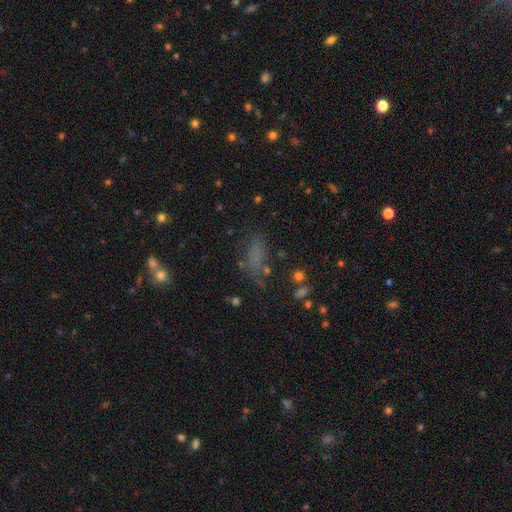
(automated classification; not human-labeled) Smooth or featured?
  - smooth: 63% *
  - star or artifact: 24%
  - featured or disk: 13%
How rounded?
  - in between: 69% *
  - cigar-shaped: 24%
  - round: 7%
Merging?
  - none: 58% *
  - minor disturbance: 21%
  - major disturbance: 15%
  - merger: 6%